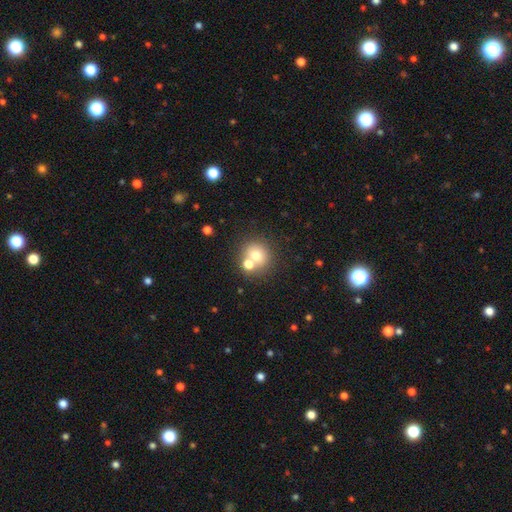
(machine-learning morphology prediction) smooth 71%, featured or disk 16%, star or artifact 13%. Down the decision tree: how rounded — round (88%); merging — none (54%).